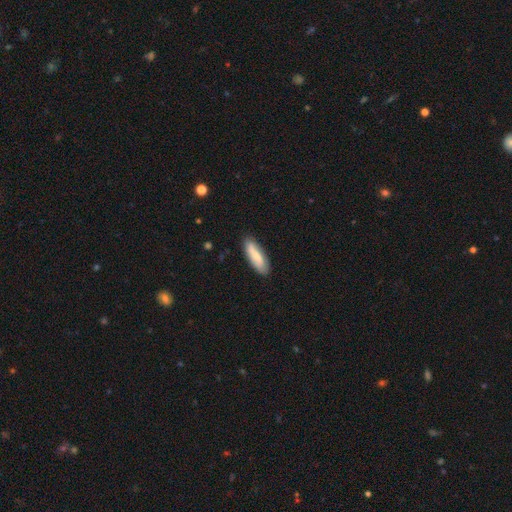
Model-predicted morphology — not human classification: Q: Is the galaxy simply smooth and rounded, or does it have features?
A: smooth — 71%.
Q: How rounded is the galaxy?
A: in between — 53%.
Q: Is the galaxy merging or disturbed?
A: none — 84%.